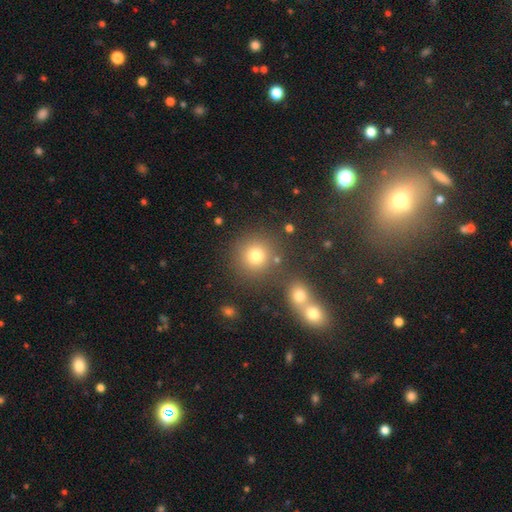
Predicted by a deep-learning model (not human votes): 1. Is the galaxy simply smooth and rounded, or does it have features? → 76% smooth, 16% star or artifact, 8% featured or disk.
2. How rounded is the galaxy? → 91% round, 8% in between, 1% cigar-shaped.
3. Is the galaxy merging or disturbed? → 76% none, 12% merger, 8% minor disturbance, 4% major disturbance.